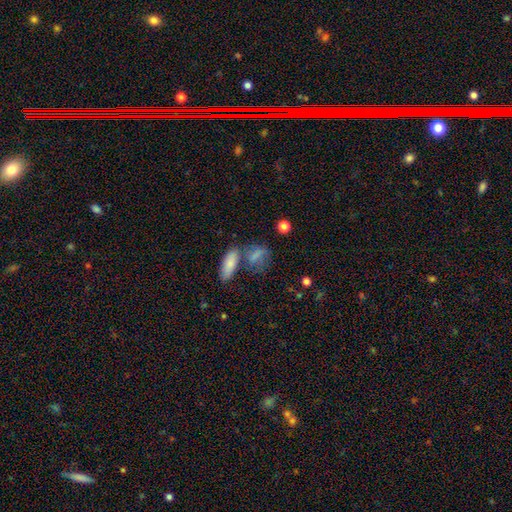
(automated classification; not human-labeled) Smooth or featured? Predicted: smooth (p=0.73). How rounded? Predicted: in between (p=0.65). Merging? Predicted: none (p=0.43).